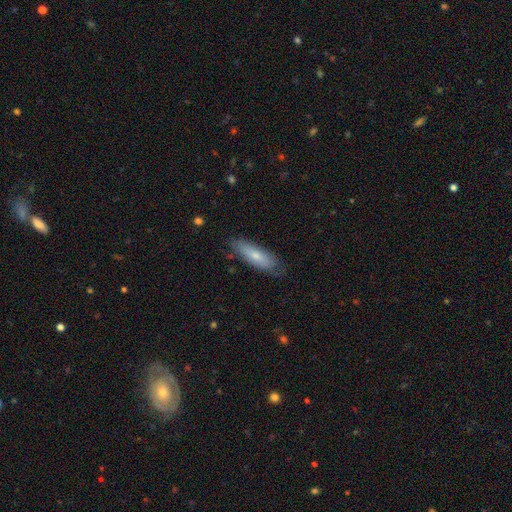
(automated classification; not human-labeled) Morphology: type=smooth (68%); roundness=cigar-shaped (52%); merging=none (70%).